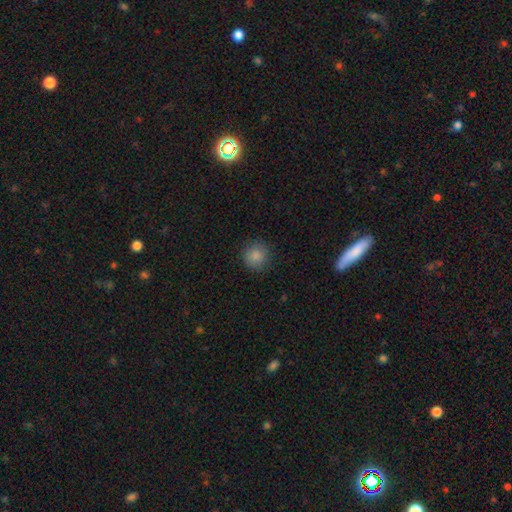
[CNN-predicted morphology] smooth 86%, star or artifact 10%, featured or disk 4%. Down the decision tree: how rounded — round (93%); merging — none (87%).